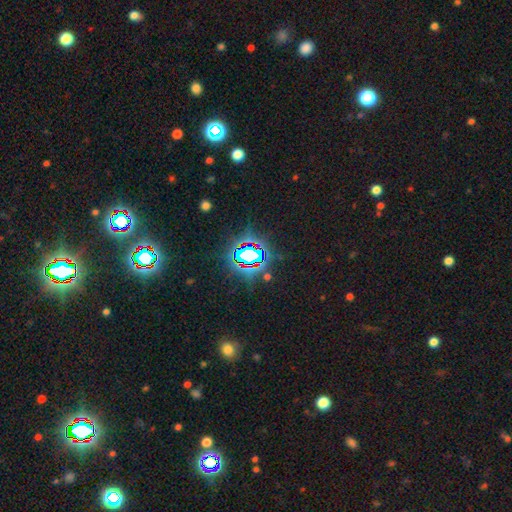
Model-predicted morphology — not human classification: A star or artifact, not a galaxy (75%).